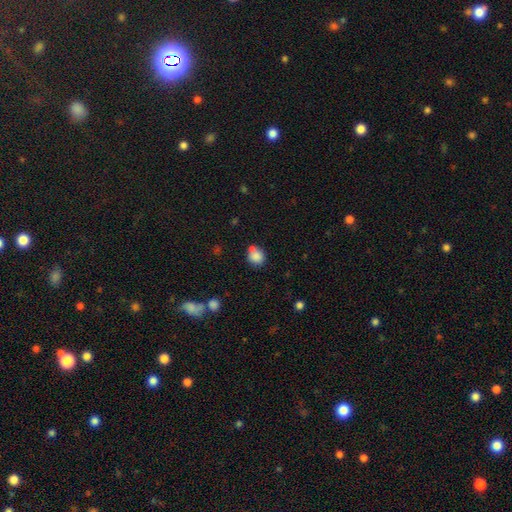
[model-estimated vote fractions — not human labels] smooth_or_featured: smooth (p=0.82) [alt: star or artifact p=0.10]
how_rounded: round (p=0.70) [alt: in between p=0.29]
merging: none (p=0.52) [alt: merger p=0.24]